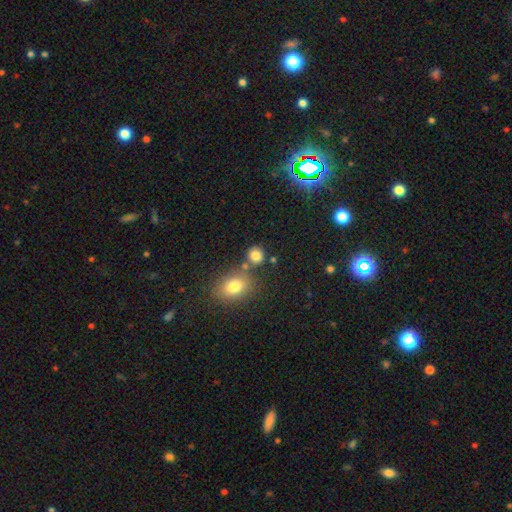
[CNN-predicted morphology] A smooth galaxy with no disk features (82%) that is round (80%). Merging: none (72%).